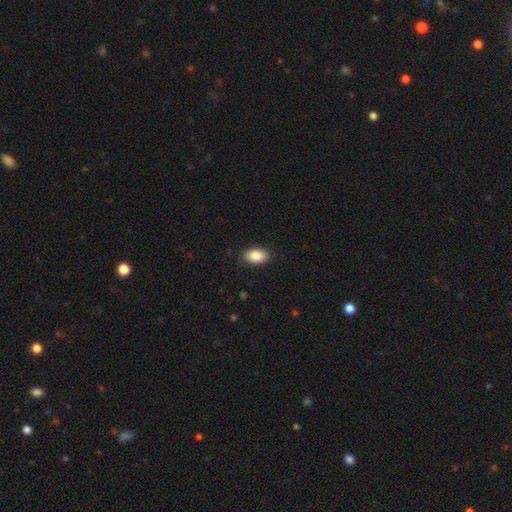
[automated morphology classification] Overall: smooth (88%). How rounded: in between (91%). Merging: none (88%).